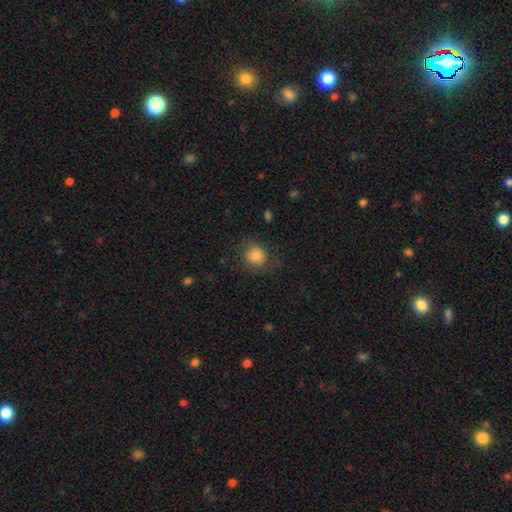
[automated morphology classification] smooth 83%, star or artifact 11%, featured or disk 6%. Down the decision tree: how rounded — round (89%); merging — none (81%).